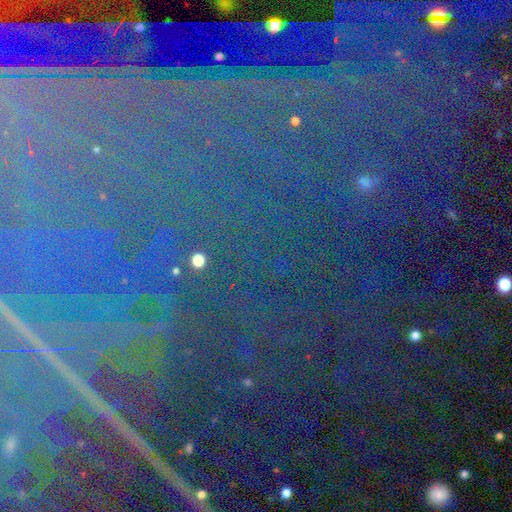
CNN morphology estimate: This is clearly a star or artifact rather than a galaxy (85%).